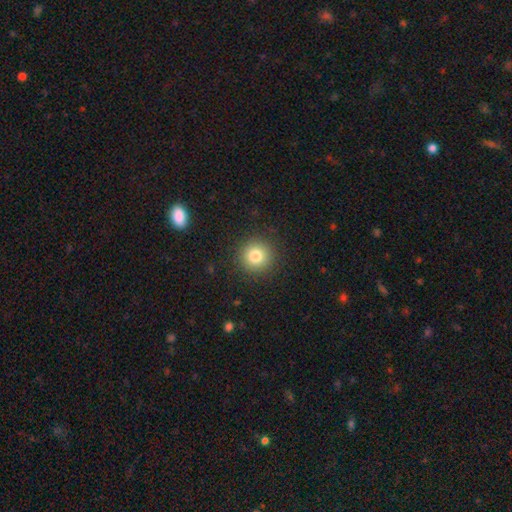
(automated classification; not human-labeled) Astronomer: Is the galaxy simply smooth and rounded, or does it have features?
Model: smooth — 81%.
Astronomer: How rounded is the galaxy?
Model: round — 94%.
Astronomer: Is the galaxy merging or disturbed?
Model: none — 91%.